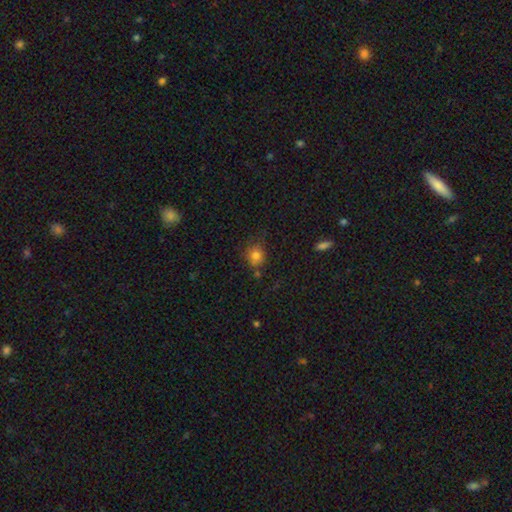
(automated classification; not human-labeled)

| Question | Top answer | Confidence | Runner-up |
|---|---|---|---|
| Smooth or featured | smooth | 79% | star or artifact (13%) |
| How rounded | round | 79% | in between (20%) |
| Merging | none | 68% | minor disturbance (20%) |